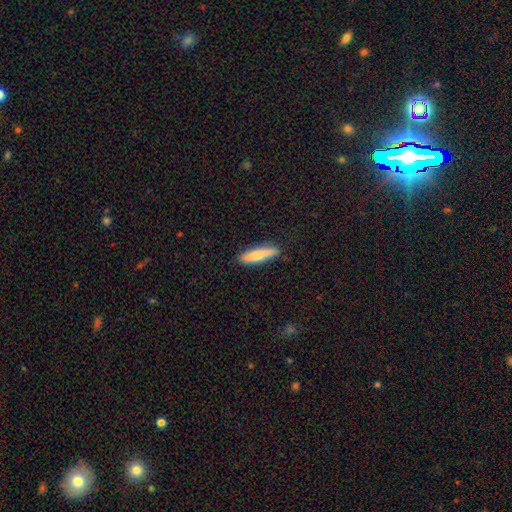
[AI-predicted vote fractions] This appears to be a smooth galaxy with no disk features (76%) that is cigar-shaped (82%). Merging: none (85%).